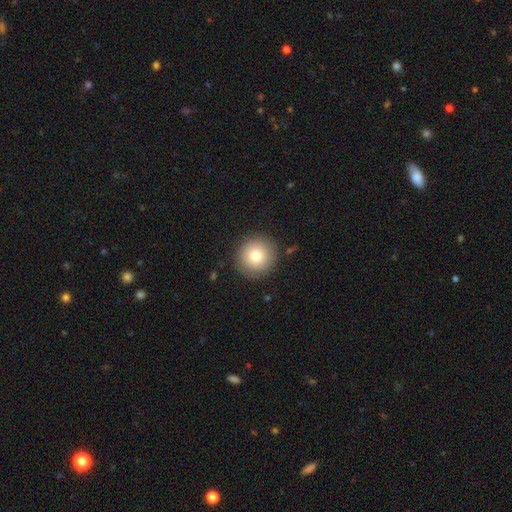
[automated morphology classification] This is likely a smooth galaxy (80%). How rounded: clearly round (95%). Merging: clearly none (88%).